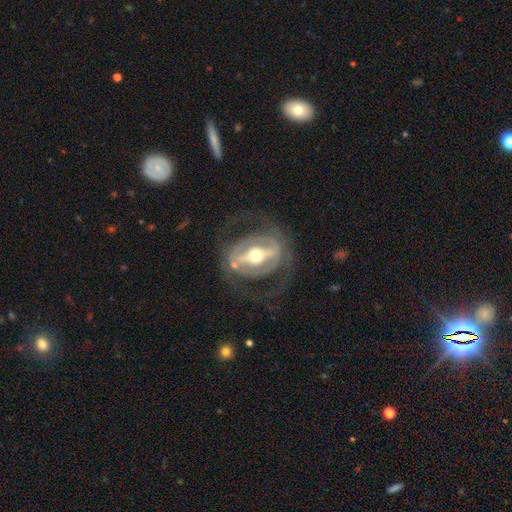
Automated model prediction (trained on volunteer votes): Smooth or featured?
  - featured or disk: 82% *
  - smooth: 13%
  - star or artifact: 5%
Edge-on disk?
  - no: 90% *
  - yes: 10%
Bar?
  - strong: 71% *
  - weak: 18%
  - no: 11%
Spiral arms?
  - no: 52% *
  - yes: 48%
Bulge size?
  - moderate: 71% *
  - large: 14%
  - small: 13%
  - dominant: 2%
  - none: 1%
Merging?
  - none: 65% *
  - major disturbance: 19%
  - minor disturbance: 14%
  - merger: 2%